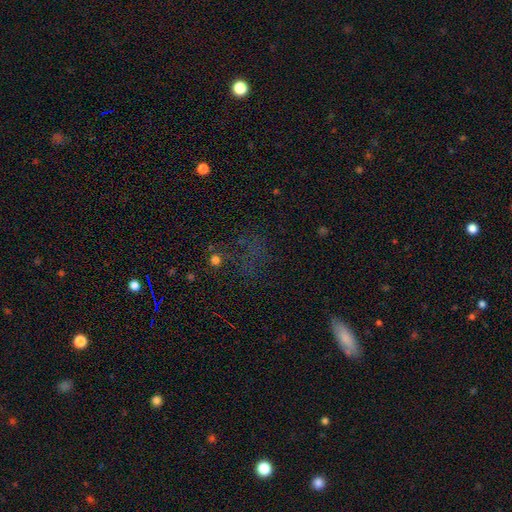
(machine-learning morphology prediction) star or artifact 52%, smooth 32%, featured or disk 15%.